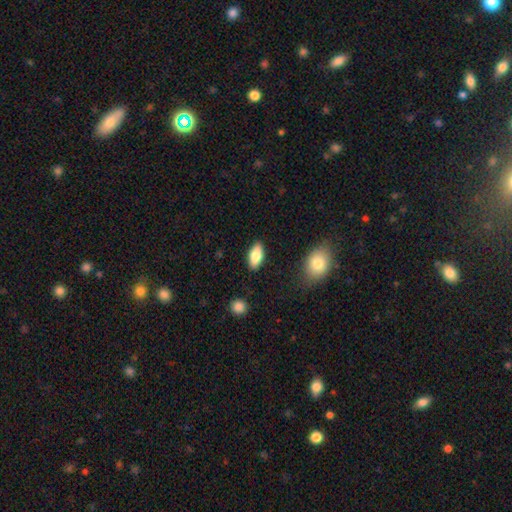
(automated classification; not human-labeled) Smooth or featured? smooth (78%)
How rounded? in between (87%)
Merging? none (87%)